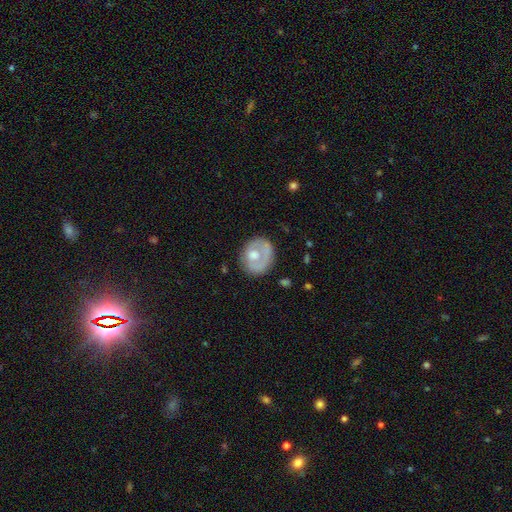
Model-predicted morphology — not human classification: Overall: smooth (50%; featured or disk 43%). How rounded: round (73%). Merging: none (62%; minor disturbance 22%).